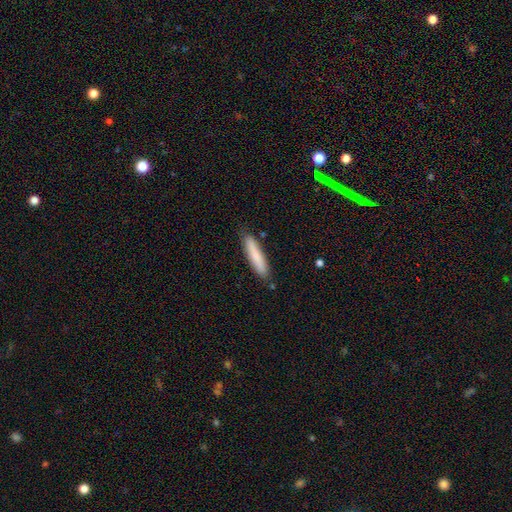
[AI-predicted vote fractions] Q: Smooth or featured?
A: smooth (82%); runner-up: featured or disk (12%)
Q: How rounded?
A: cigar-shaped (83%); runner-up: in between (15%)
Q: Merging?
A: none (83%); runner-up: minor disturbance (13%)